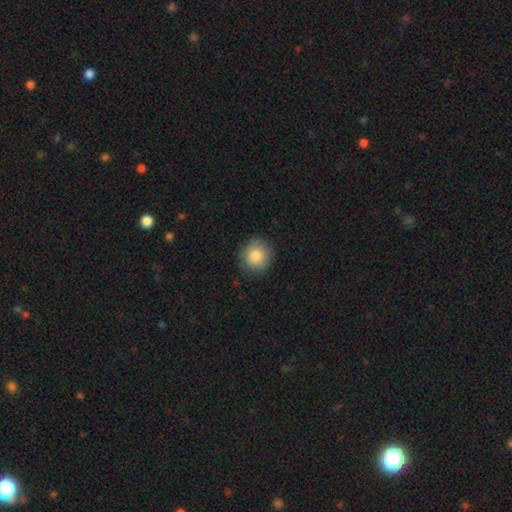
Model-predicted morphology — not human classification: Smooth or featured? Predicted: smooth (p=0.86). How rounded? Predicted: round (p=0.91). Merging? Predicted: none (p=0.87).